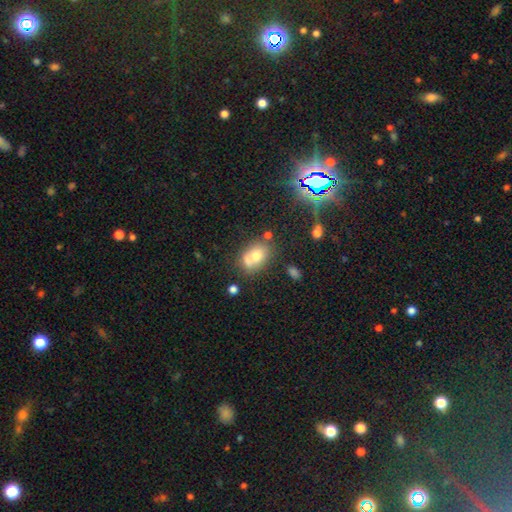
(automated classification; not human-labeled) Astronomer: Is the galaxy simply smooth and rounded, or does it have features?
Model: smooth — 66%.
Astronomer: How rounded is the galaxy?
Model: in between — 61% (runner-up: round, 38%).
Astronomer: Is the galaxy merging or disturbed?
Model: none — 47% (runner-up: merger, 31%).